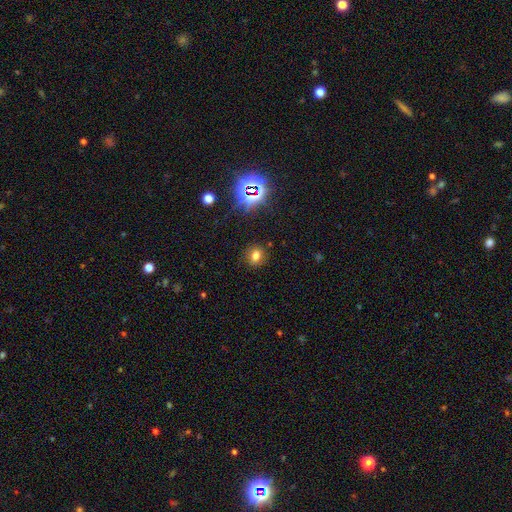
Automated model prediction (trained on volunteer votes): smooth-or-featured: smooth: 67% | star or artifact: 23% | featured or disk: 10%
  how-rounded: round: 66% | in between: 33% | cigar-shaped: 1%
  merging: none: 86% | minor disturbance: 9% | major disturbance: 3% | merger: 2%